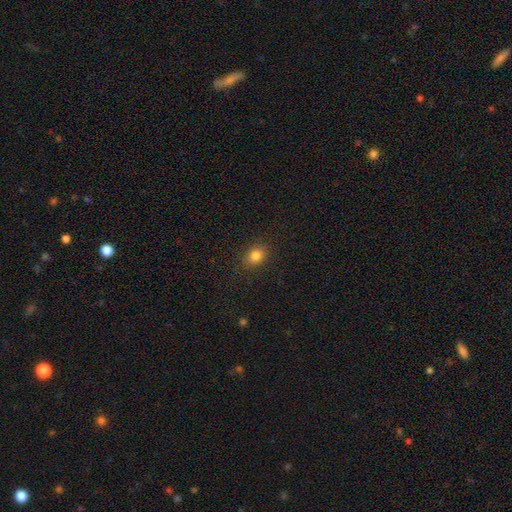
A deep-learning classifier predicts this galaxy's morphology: This appears to be a smooth galaxy with no disk features (83%) that is in between round and cigar-shaped (54%). Merging: none (87%).